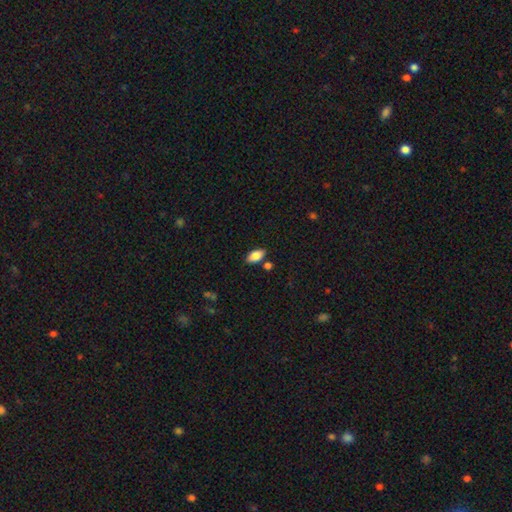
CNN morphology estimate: The model was most divided on "merging": none: 80%, minor disturbance: 12%, merger: 6%, major disturbance: 3%. More confident: how rounded — in between (92%); smooth or featured — smooth (85%).